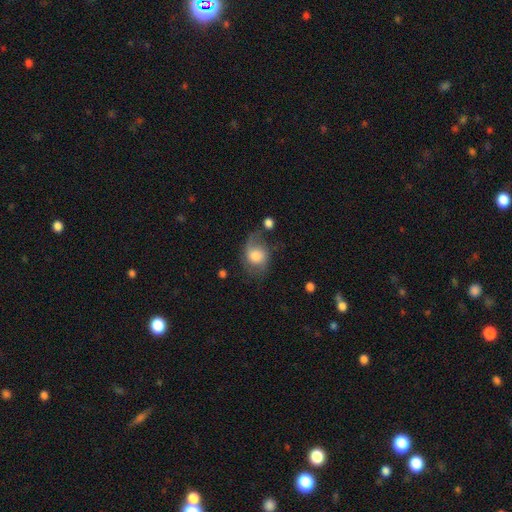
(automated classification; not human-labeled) This appears to be a smooth galaxy with no disk features (55%) that is in between round and cigar-shaped (56%). Merging: none (48%).